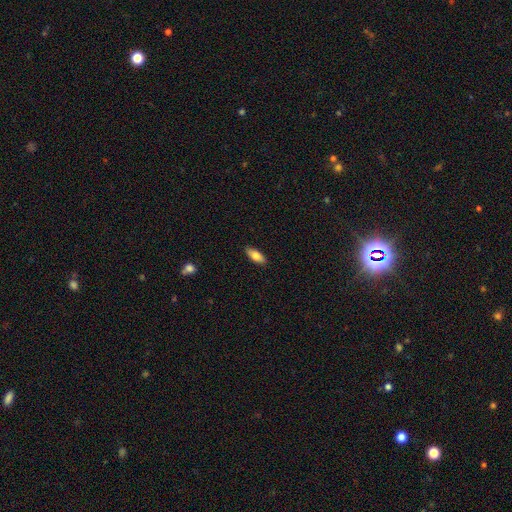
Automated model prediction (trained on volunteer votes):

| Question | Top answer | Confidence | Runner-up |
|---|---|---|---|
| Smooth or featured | smooth | 79% | featured or disk (15%) |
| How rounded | in between | 78% | cigar-shaped (20%) |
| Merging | none | 89% | minor disturbance (8%) |